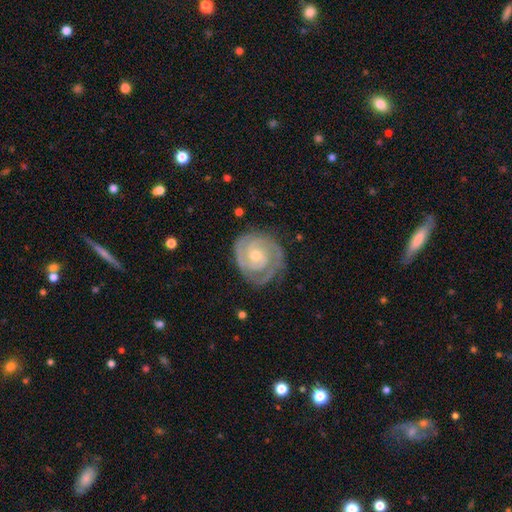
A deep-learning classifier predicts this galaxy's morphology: Smooth or featured? Predicted: featured or disk (p=0.91). Edge-on disk? Predicted: no (p=0.98). Bar? Predicted: no (p=0.70). Spiral arms? Predicted: yes (p=0.98). Spiral winding? Predicted: tight (p=0.78). Spiral arm count? Predicted: 2 (p=0.70). Bulge size? Predicted: small (p=0.57). Merging? Predicted: none (p=0.79).